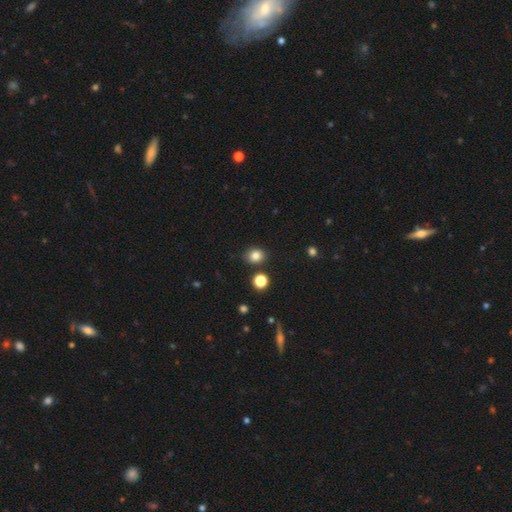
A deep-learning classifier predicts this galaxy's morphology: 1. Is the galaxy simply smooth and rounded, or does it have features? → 83% smooth, 12% star or artifact, 5% featured or disk.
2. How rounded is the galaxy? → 63% round, 36% in between, 1% cigar-shaped.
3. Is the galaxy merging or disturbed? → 83% none, 10% minor disturbance, 4% merger, 3% major disturbance.